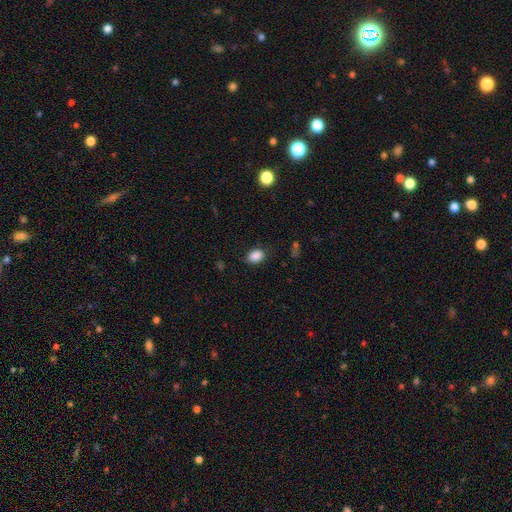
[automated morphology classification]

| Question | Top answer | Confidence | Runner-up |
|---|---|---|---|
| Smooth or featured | smooth | 88% | star or artifact (9%) |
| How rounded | in between | 77% | round (22%) |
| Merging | none | 83% | minor disturbance (13%) |